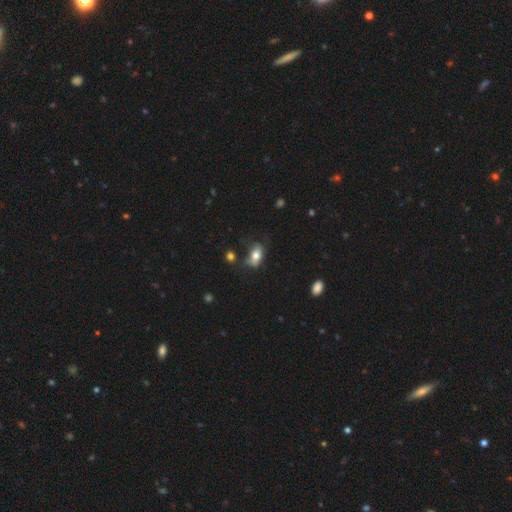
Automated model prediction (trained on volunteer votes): This appears to be a smooth galaxy with no disk features (74%) that is in between round and cigar-shaped (87%). Merging: none (48%).